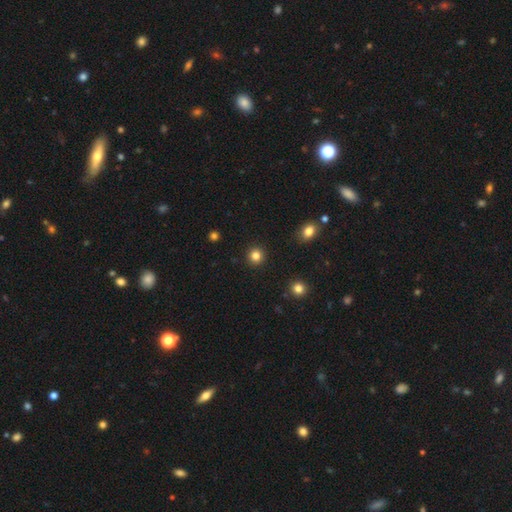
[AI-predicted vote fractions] Overall: smooth (84%). How rounded: round (93%). Merging: none (92%).